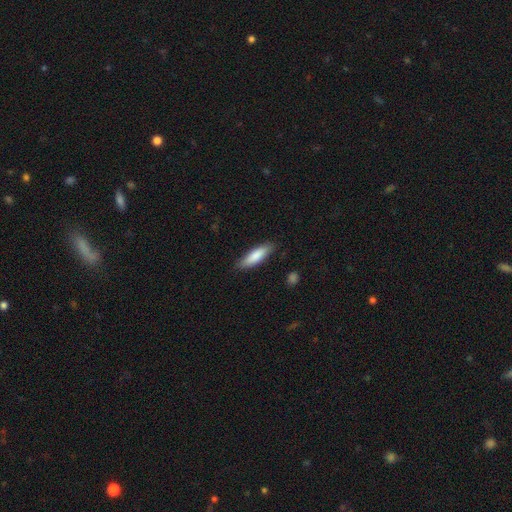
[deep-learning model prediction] Overall: smooth (82%). How rounded: cigar-shaped (58%; in between 41%). Merging: none (85%).